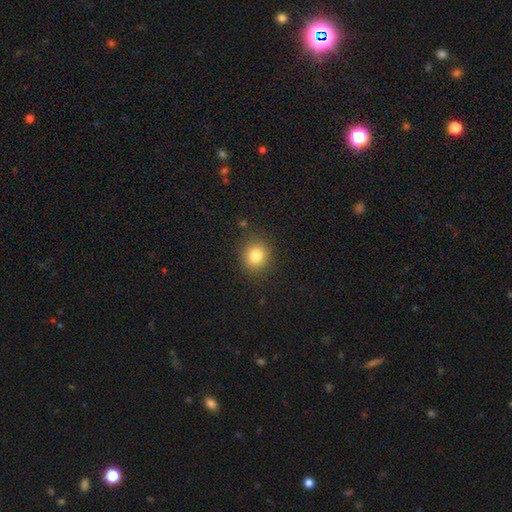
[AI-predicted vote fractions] A smooth galaxy with no disk features (81%) that is round (84%).

Vote fractions:
- Smooth or featured? smooth: 81% / star or artifact: 12% / featured or disk: 7%
- How rounded? round: 84% / in between: 15% / cigar-shaped: 1%
- Merging? none: 88% / minor disturbance: 8% / major disturbance: 3% / merger: 1%